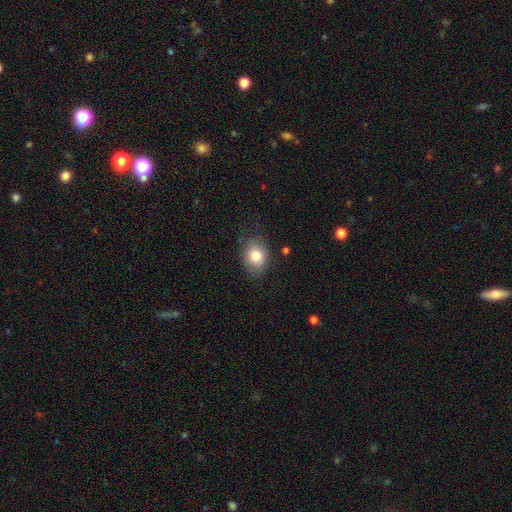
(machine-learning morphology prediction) This is clearly a smooth galaxy (80%). How rounded: possibly in between (54%). Merging: likely none (77%).